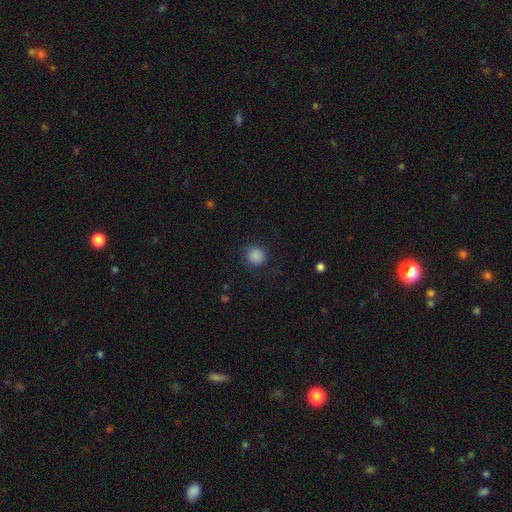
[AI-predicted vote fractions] Overall: smooth (87%). How rounded: round (91%). Merging: none (86%).